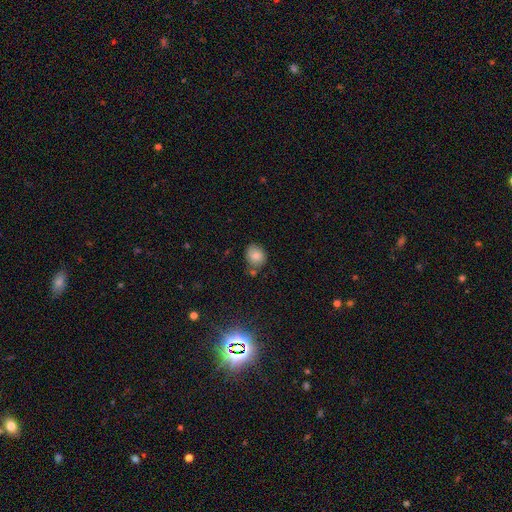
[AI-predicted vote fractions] The model was most divided on "how rounded": round: 70%, in between: 29%, cigar-shaped: 1%. More confident: smooth or featured — smooth (80%); merging — none (65%).